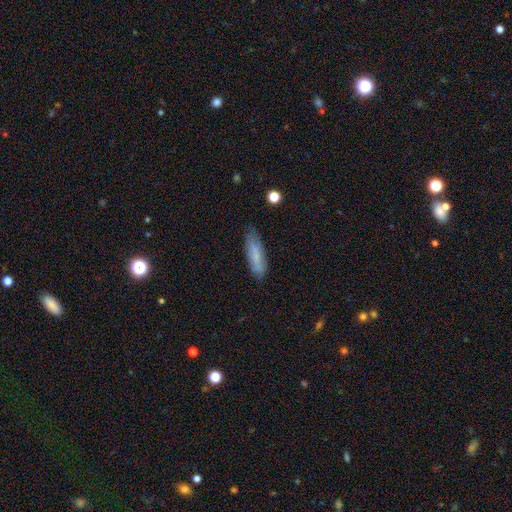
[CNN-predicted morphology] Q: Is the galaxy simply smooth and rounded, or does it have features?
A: smooth — 70%.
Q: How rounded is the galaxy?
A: cigar-shaped — 60%.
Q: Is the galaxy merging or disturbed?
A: none — 74%.